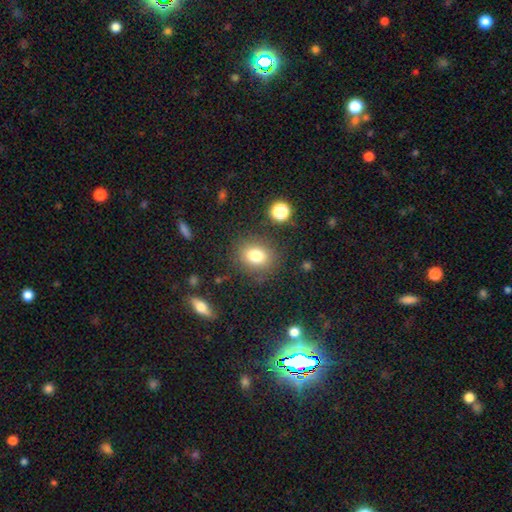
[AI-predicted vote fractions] Smooth or featured? smooth (79%)
How rounded? round (57%)
Merging? none (83%)